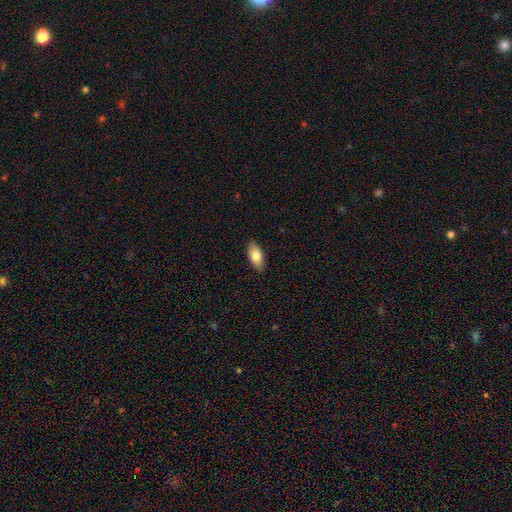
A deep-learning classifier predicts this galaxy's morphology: smooth 80%, featured or disk 14%, star or artifact 6%. Down the decision tree: how rounded — in between (90%); merging — none (88%).